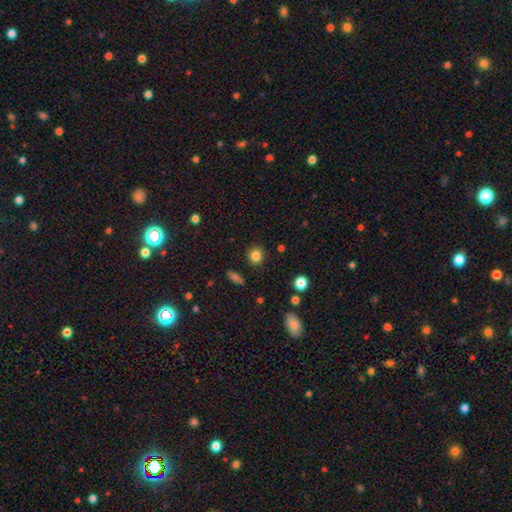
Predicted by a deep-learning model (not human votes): This is clearly a smooth galaxy (83%). How rounded: clearly round (84%). Merging: clearly none (89%).